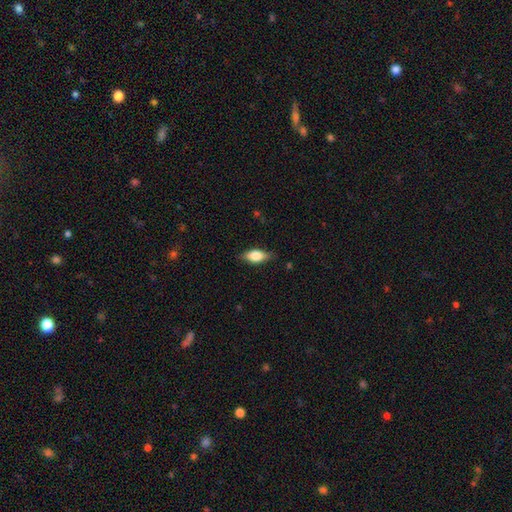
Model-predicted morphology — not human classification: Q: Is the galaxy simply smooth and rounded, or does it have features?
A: smooth — 65%.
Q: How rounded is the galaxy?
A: in between — 81%.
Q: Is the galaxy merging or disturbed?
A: none — 81%.